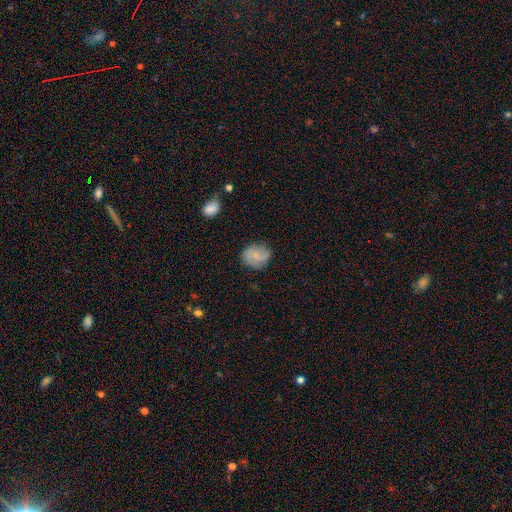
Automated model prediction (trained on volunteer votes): smooth_or_featured: smooth (p=0.62) [alt: featured or disk p=0.30]
how_rounded: round (p=0.64) [alt: in between p=0.35]
merging: none (p=0.74) [alt: minor disturbance p=0.19]